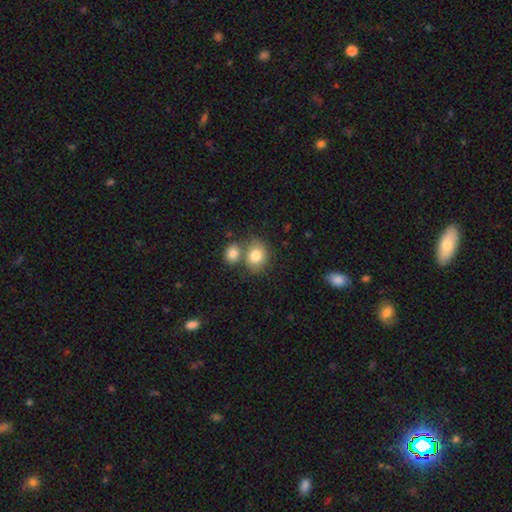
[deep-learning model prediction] Smooth or featured? smooth (81%)
How rounded? in between (50%)
Merging? none (47%)